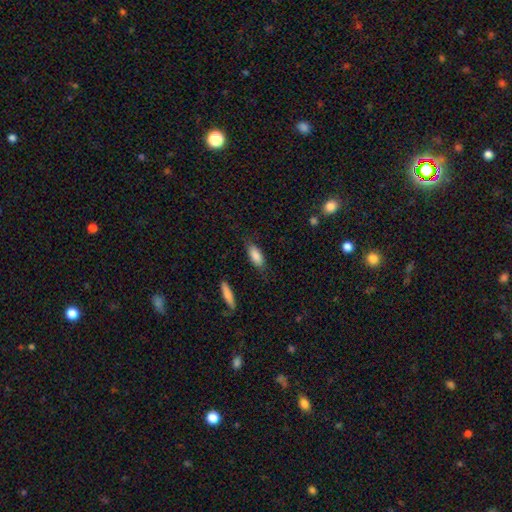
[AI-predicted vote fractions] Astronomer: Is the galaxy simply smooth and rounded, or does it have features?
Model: smooth — 86%.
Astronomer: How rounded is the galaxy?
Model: in between — 79%.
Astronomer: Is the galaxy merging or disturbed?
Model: none — 78%.